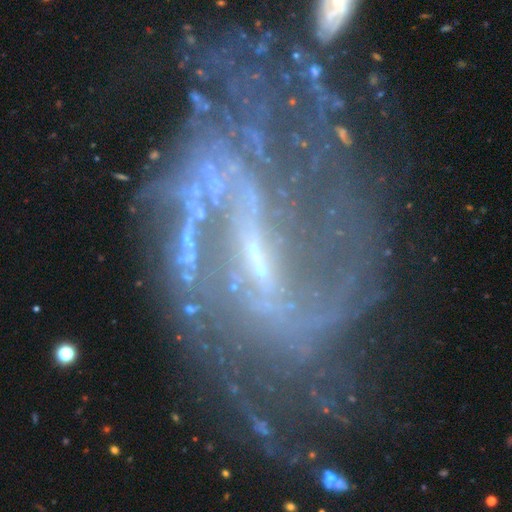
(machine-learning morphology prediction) Smooth or featured: featured or disk — 85% (star or artifact — 10%)
Edge-on disk: no — 96% (yes — 4%)
Bar: strong — 50% (weak — 33%)
Spiral arms: yes — 88% (no — 12%)
Spiral winding: loose — 42% (medium — 38%)
Spiral arm count: 2 — 59% (can't tell — 17%)
Bulge size: small — 65% (none — 20%)
Merging: none — 44% (major disturbance — 29%)